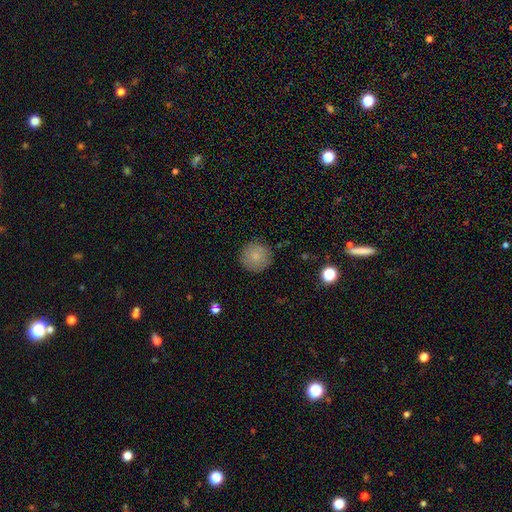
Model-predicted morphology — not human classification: type=smooth (81%); roundness=round (95%); merging=none (89%).